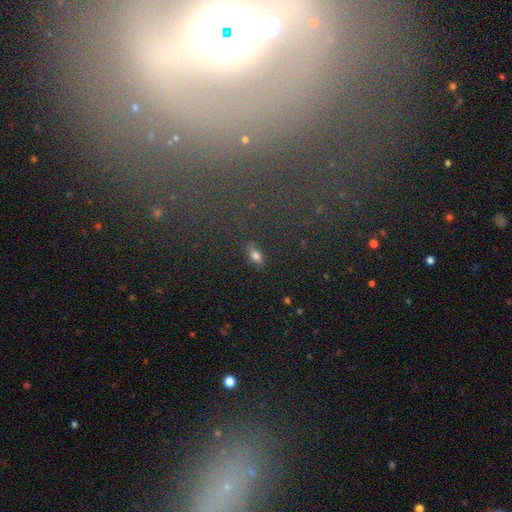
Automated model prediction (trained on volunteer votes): A smooth galaxy with no disk features (69%) that is in between round and cigar-shaped (78%).

Vote fractions:
- Smooth or featured? smooth: 69% / featured or disk: 18% / star or artifact: 13%
- How rounded? in between: 78% / cigar-shaped: 17% / round: 5%
- Merging? none: 85% / minor disturbance: 10% / major disturbance: 3% / merger: 2%